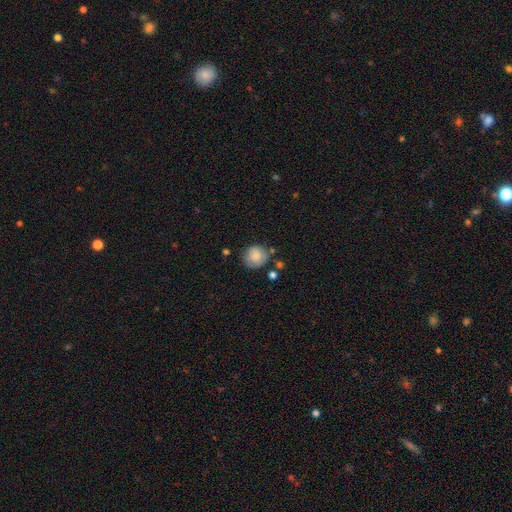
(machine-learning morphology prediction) The model was most divided on "merging": none: 72%, minor disturbance: 18%, merger: 6%, major disturbance: 4%. More confident: how rounded — round (88%); smooth or featured — smooth (79%).